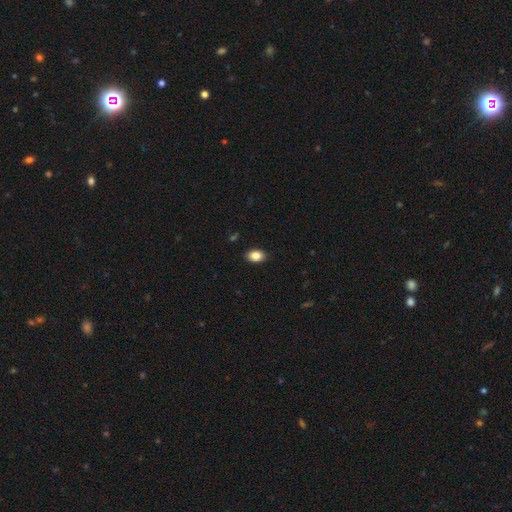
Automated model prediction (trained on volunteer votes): smooth-or-featured: smooth: 85% | star or artifact: 8% | featured or disk: 6%
  how-rounded: in between: 81% | round: 17% | cigar-shaped: 1%
  merging: none: 87% | minor disturbance: 10% | major disturbance: 2% | merger: 1%